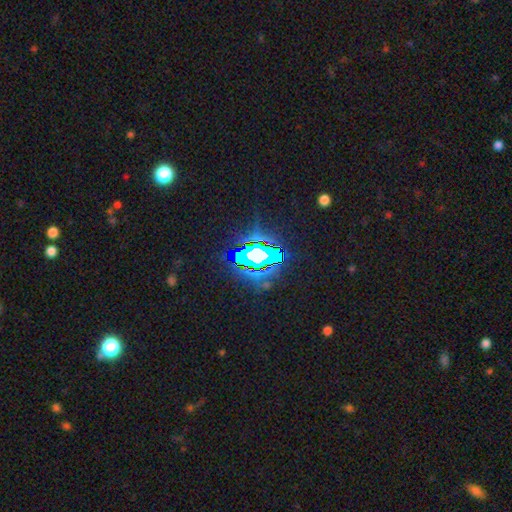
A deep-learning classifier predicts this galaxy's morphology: Smooth or featured: star or artifact — 68% (featured or disk — 17%)